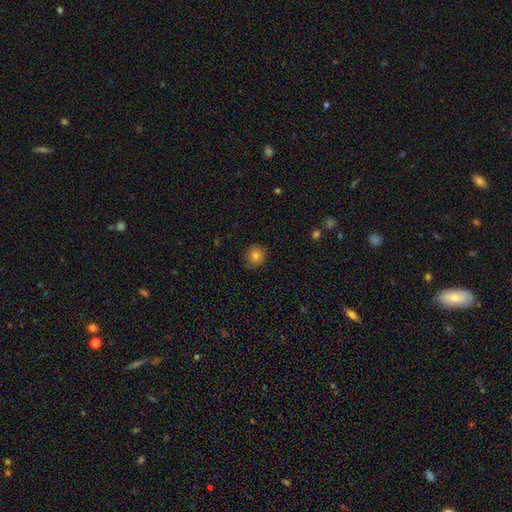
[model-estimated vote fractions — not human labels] Overall: smooth (81%). How rounded: round (92%). Merging: none (87%).